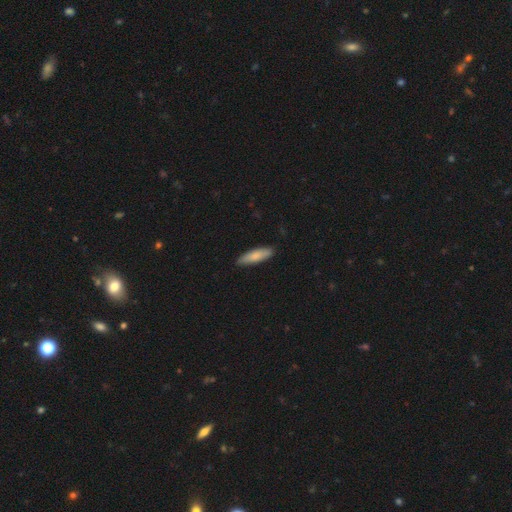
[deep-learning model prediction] A smooth galaxy with no disk features (82%) that is cigar-shaped (61%). Merging: none (86%).